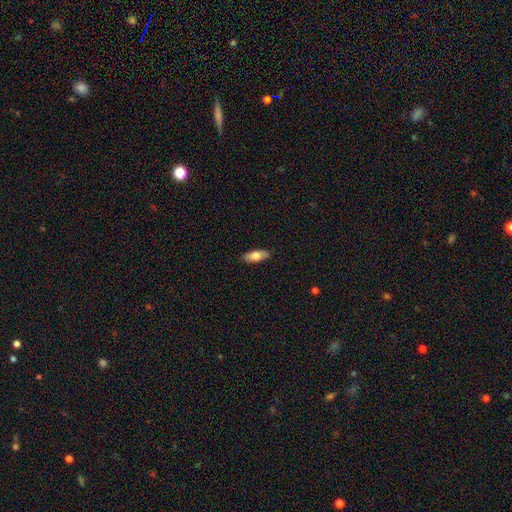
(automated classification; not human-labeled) Morphology: type=smooth (74%); roundness=in between (75%); merging=none (87%).